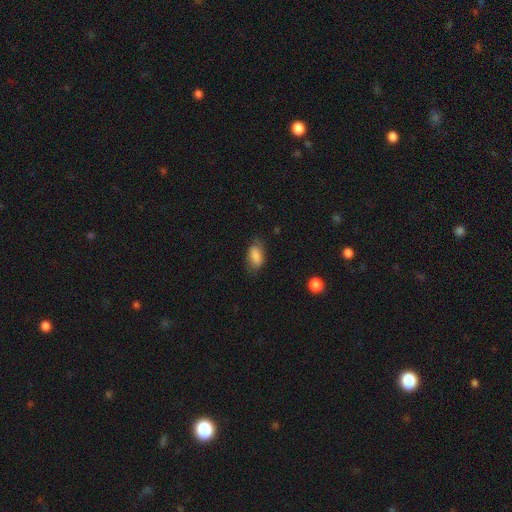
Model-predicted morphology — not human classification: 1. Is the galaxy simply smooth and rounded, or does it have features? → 83% smooth, 10% featured or disk, 7% star or artifact.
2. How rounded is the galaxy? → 90% in between, 5% cigar-shaped, 5% round.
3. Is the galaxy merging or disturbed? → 70% none, 22% minor disturbance, 7% major disturbance, 1% merger.